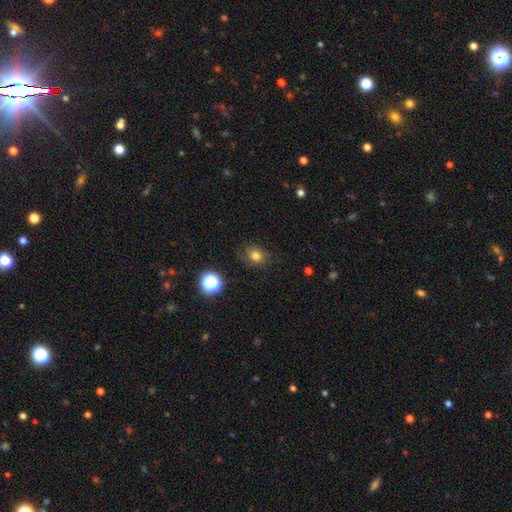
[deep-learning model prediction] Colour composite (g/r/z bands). It shows a smooth galaxy with no disk features (61%) that is round (61%). Merging: none (71%).